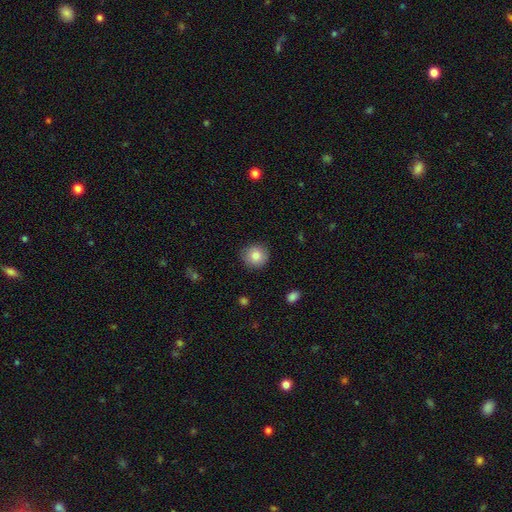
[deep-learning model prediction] Smooth or featured? smooth (83%)
How rounded? round (91%)
Merging? none (87%)